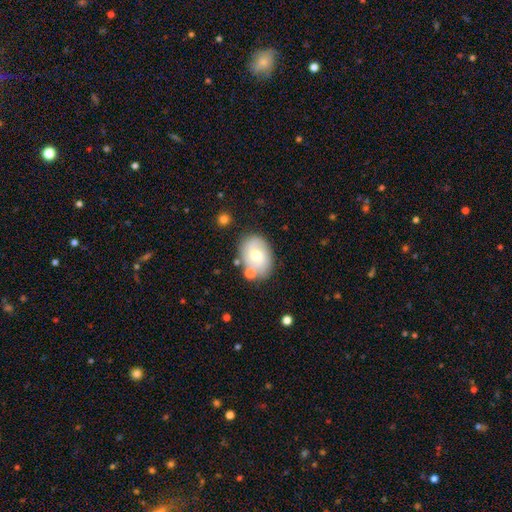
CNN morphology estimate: The model was most divided on "smooth or featured" (2-way tie): smooth: 46%, featured or disk: 46%, star or artifact: 8%. More confident: merging — none (71%).